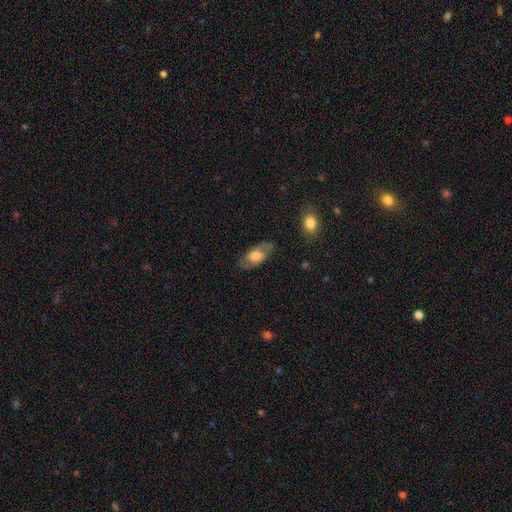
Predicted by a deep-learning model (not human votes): Q: Smooth or featured?
A: featured or disk (47%); runner-up: smooth (46%)
Q: Merging?
A: none (80%); runner-up: minor disturbance (14%)